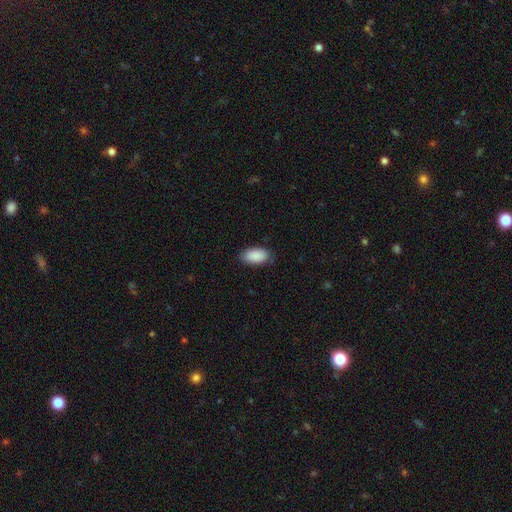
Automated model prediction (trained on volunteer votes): smooth 91%, star or artifact 6%, featured or disk 3%. Down the decision tree: how rounded — in between (95%); merging — none (84%).